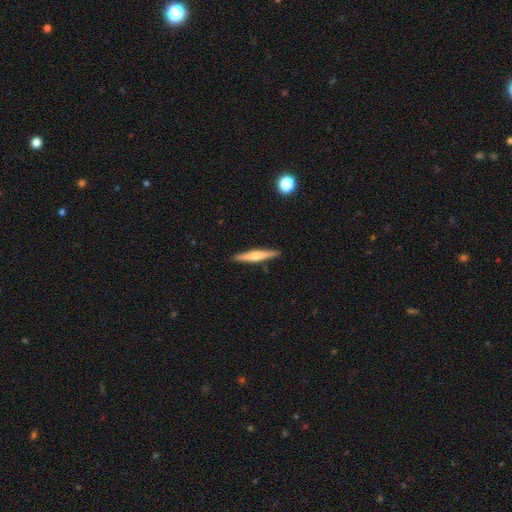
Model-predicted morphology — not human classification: Smooth or featured? Predicted: featured or disk (p=0.52). Edge-on disk? Predicted: yes (p=0.97). Edge-on bulge? Predicted: rounded (p=0.77). Merging? Predicted: none (p=0.91).